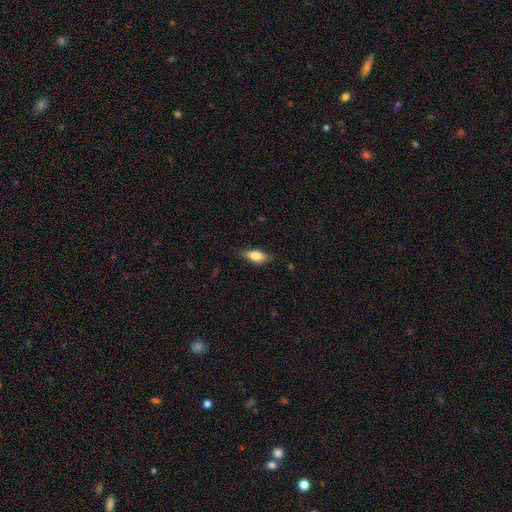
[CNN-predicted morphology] A smooth galaxy with no disk features (79%) that is in between round and cigar-shaped (81%).

Vote fractions:
- Smooth or featured? smooth: 79% / featured or disk: 13% / star or artifact: 7%
- How rounded? in between: 81% / cigar-shaped: 15% / round: 4%
- Merging? none: 79% / minor disturbance: 17% / major disturbance: 3% / merger: 1%